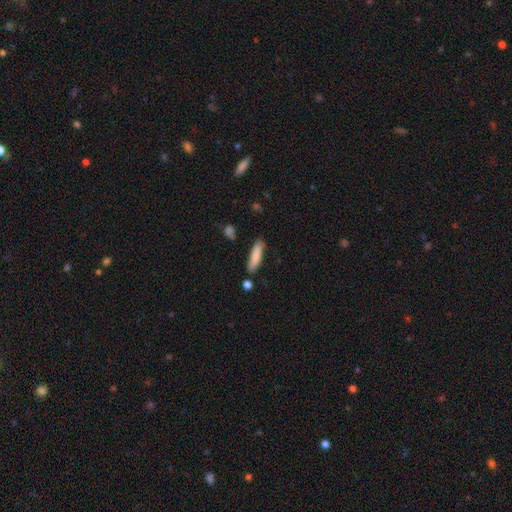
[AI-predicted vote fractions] A smooth galaxy with no disk features (83%) that is cigar-shaped (73%).

Vote fractions:
- Smooth or featured? smooth: 83% / featured or disk: 11% / star or artifact: 6%
- How rounded? cigar-shaped: 73% / in between: 26% / round: 2%
- Merging? none: 80% / minor disturbance: 13% / merger: 4% / major disturbance: 3%